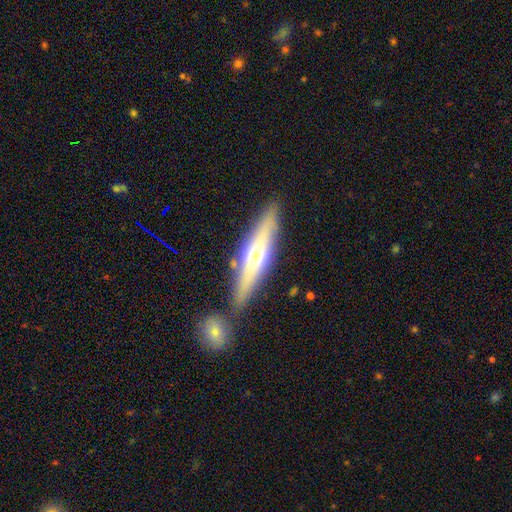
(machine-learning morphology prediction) Q: Smooth or featured?
A: featured or disk (51%); runner-up: smooth (43%)
Q: Edge-on disk?
A: yes (87%); runner-up: no (13%)
Q: Merging?
A: none (79%); runner-up: minor disturbance (10%)